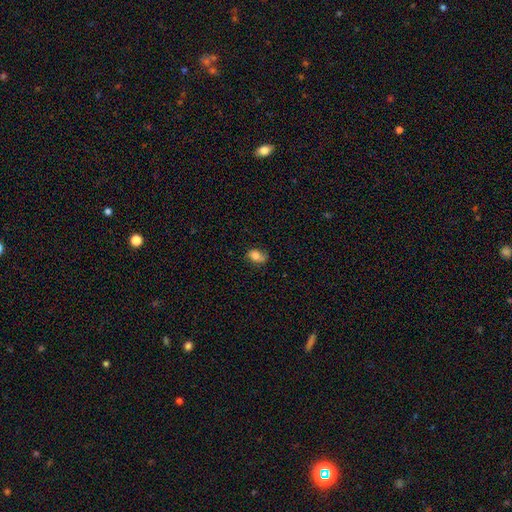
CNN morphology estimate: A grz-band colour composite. It shows a smooth galaxy with no disk features (77%) that is in between round and cigar-shaped (73%). Merging: none (54%).